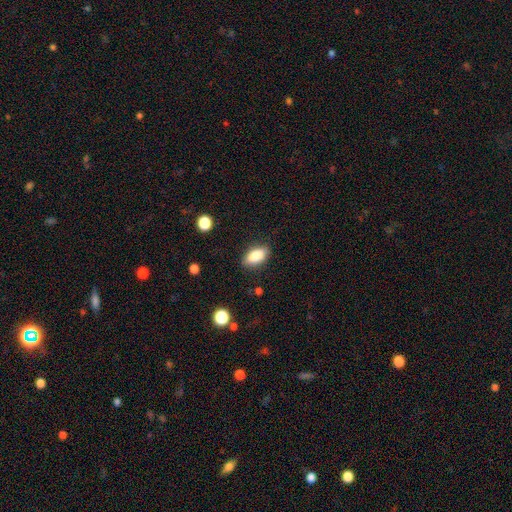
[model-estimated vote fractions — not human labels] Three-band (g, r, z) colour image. It shows a smooth galaxy with no disk features (86%) that is in between round and cigar-shaped (91%). Merging: none (85%).